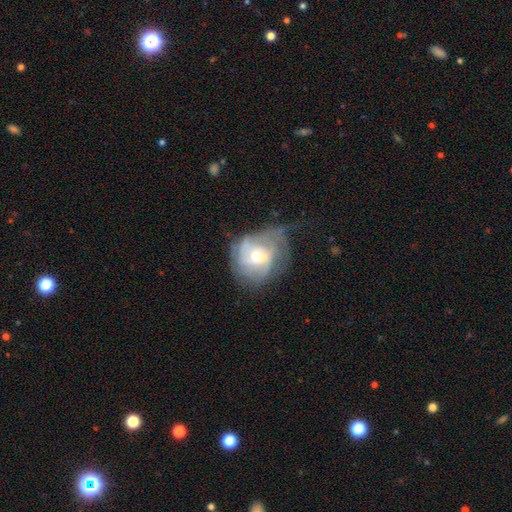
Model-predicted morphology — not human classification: featured or disk 61%, smooth 31%, star or artifact 8%. Down the decision tree: edge-on disk — no (97%); bar — no (69%); spiral arms — yes (58%); bulge size — moderate (53%); merging — merger (35%).